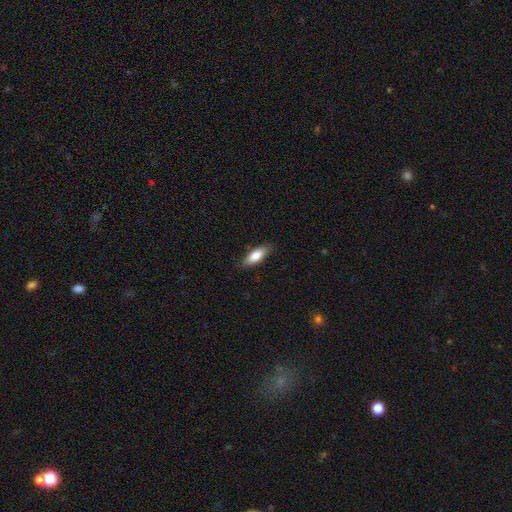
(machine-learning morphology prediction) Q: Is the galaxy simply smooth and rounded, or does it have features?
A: smooth — 79%.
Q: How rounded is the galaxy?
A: in between — 70%.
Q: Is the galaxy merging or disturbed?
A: none — 85%.